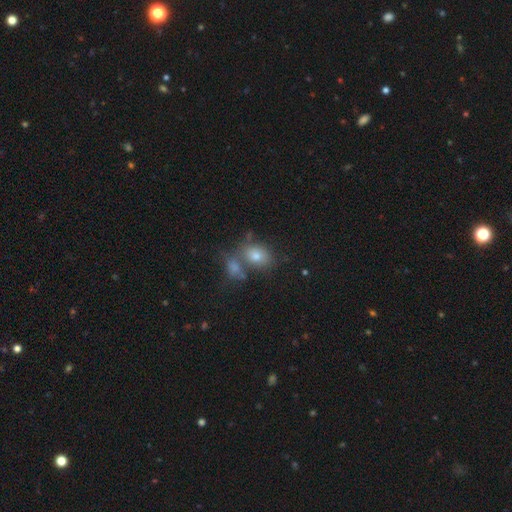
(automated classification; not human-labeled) A smooth galaxy with no disk features (72%) that is in between round and cigar-shaped (59%). Merging: none (50%).